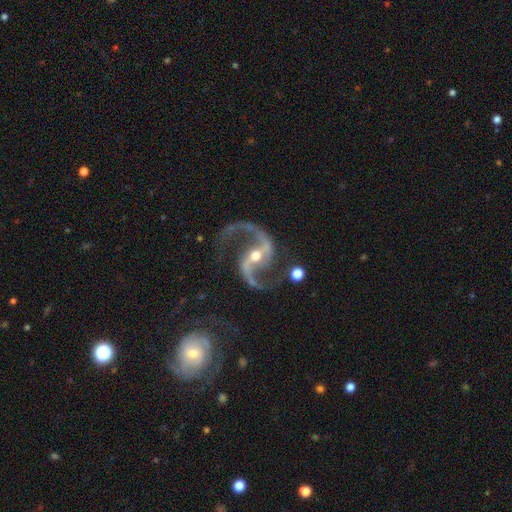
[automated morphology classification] Smooth or featured? featured or disk (93%)
Edge-on disk? no (98%)
Bar? strong (43%)
Spiral arms? yes (98%)
Spiral winding? loose (51%)
Spiral arm count? 2 (94%)
Bulge size? moderate (53%)
Merging? none (72%)